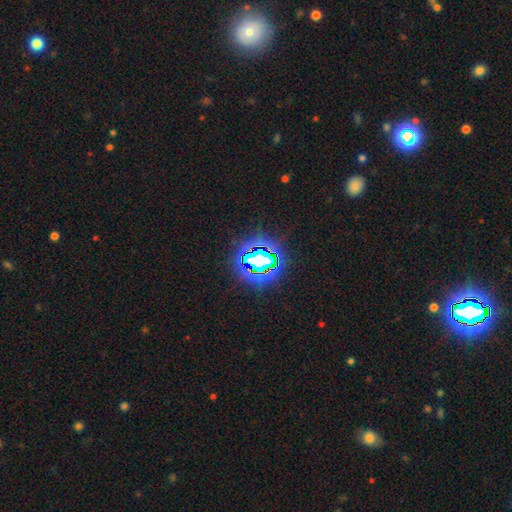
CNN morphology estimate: A star or artifact, not a galaxy (80%).

Vote fractions:
- Smooth or featured? star or artifact: 80% / smooth: 10% / featured or disk: 9%